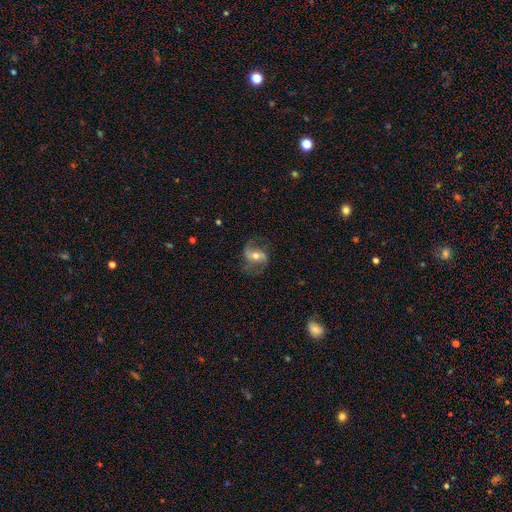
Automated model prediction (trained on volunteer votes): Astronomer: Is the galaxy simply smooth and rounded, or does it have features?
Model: featured or disk — 77%.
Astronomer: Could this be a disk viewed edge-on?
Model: no — 96%.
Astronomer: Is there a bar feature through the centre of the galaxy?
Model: weak — 37% (runner-up: no, 32%).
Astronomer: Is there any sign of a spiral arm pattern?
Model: yes — 92%.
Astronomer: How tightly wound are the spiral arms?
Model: loose — 52% (runner-up: medium, 38%).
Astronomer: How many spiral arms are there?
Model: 2 — 89%.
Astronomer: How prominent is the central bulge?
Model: moderate — 64%.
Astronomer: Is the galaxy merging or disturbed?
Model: none — 72%.